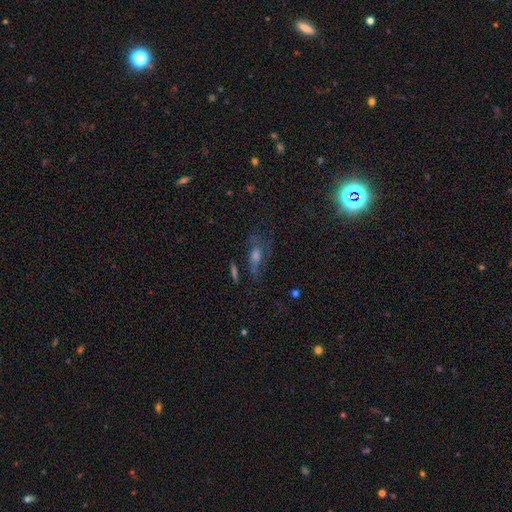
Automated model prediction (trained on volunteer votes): This appears to be a featured or disk galaxy (40%). Merging: none (57%).